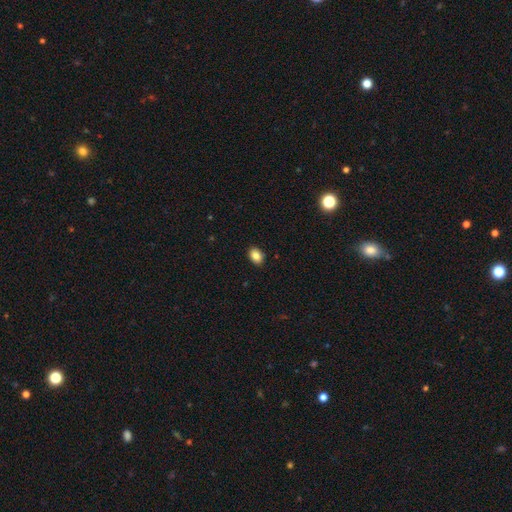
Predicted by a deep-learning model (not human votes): Smooth or featured?
  - smooth: 86% *
  - star or artifact: 9%
  - featured or disk: 5%
How rounded?
  - in between: 77% *
  - round: 22%
  - cigar-shaped: 1%
Merging?
  - none: 90% *
  - minor disturbance: 7%
  - major disturbance: 2%
  - merger: 1%